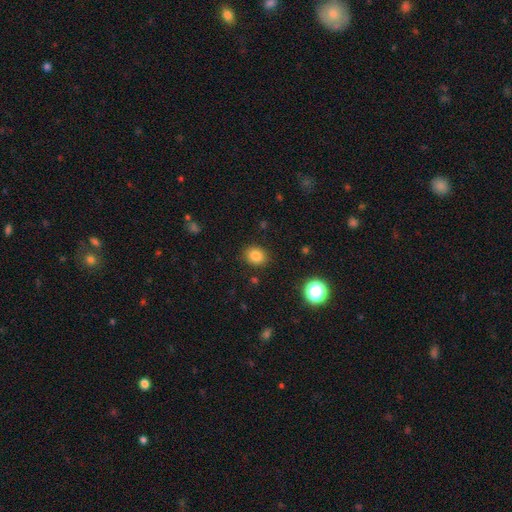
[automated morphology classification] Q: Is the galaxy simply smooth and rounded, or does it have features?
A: smooth — 83%.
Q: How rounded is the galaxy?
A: round — 64%.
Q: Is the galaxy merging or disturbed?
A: none — 88%.